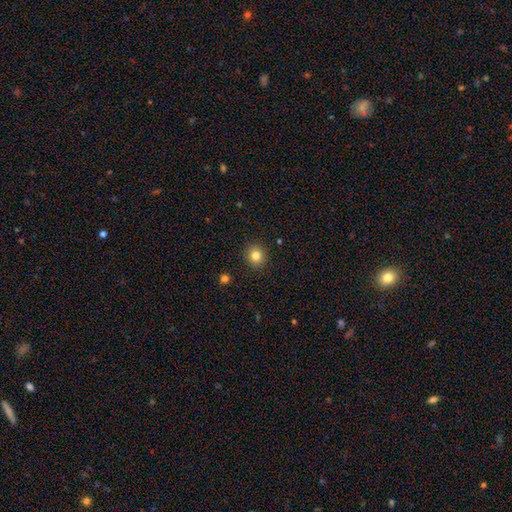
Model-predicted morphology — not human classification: type=smooth (82%); roundness=round (88%); merging=none (92%).